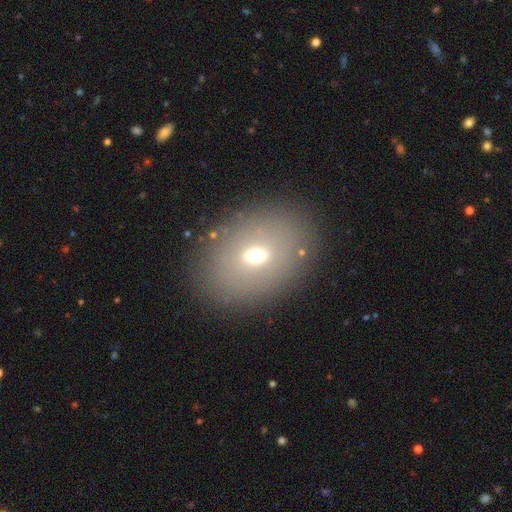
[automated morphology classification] Overall: smooth (58%; featured or disk 27%). How rounded: in between (65%; round 33%). Merging: none (83%).